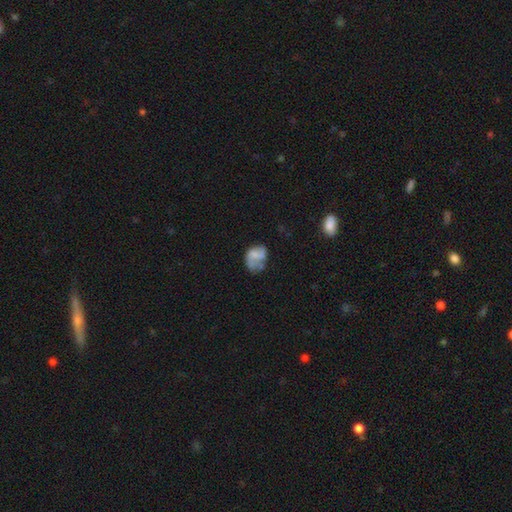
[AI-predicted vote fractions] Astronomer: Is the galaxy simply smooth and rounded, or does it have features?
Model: smooth — 54% (runner-up: featured or disk, 36%).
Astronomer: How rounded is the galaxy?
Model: in between — 67%.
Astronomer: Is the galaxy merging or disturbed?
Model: none — 34% (runner-up: minor disturbance, 30%).